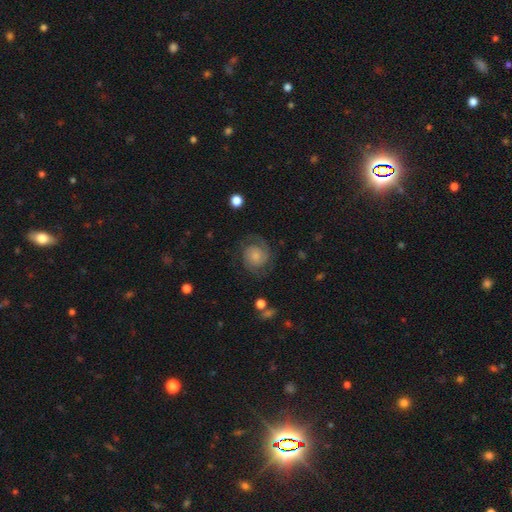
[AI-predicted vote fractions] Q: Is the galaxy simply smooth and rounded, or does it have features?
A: featured or disk — 64%.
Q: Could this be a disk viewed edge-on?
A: no — 98%.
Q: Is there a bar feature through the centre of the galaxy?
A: no — 73%.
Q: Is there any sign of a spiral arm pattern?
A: yes — 92%.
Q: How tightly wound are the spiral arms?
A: tight — 44%.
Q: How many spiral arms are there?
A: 2 — 71%.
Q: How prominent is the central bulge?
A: small — 50%.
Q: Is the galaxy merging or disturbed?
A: none — 69%.